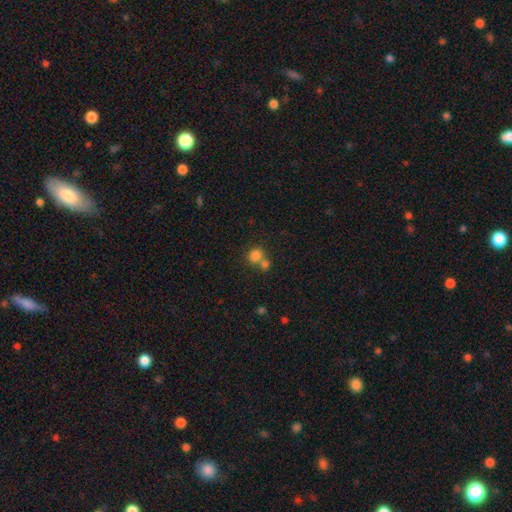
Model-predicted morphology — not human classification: Smooth or featured: smooth — 81% (star or artifact — 12%)
How rounded: round — 83% (in between — 16%)
Merging: none — 46% (merger — 44%)